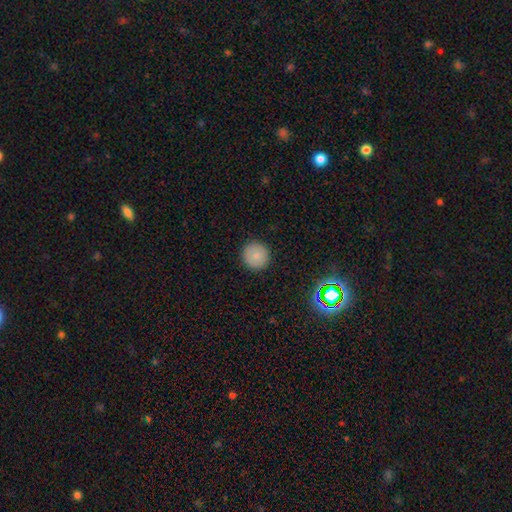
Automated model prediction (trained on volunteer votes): Q: Smooth or featured?
A: smooth (81%); runner-up: star or artifact (10%)
Q: How rounded?
A: round (95%); runner-up: in between (4%)
Q: Merging?
A: none (92%); runner-up: minor disturbance (6%)